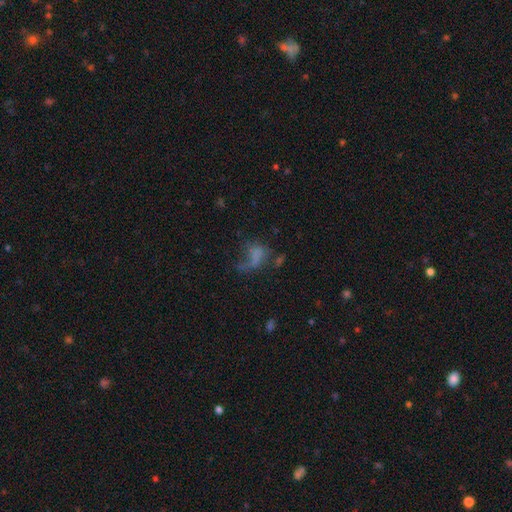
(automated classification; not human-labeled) smooth 47%, featured or disk 33%, star or artifact 19%. Down the decision tree: merging — major disturbance (49%).